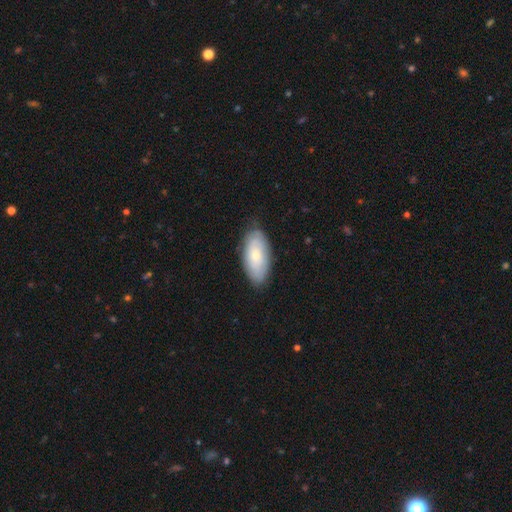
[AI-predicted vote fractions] Smooth or featured?
  - smooth: 63% *
  - featured or disk: 31%
  - star or artifact: 6%
How rounded?
  - in between: 91% *
  - cigar-shaped: 7%
  - round: 3%
Merging?
  - none: 78% *
  - minor disturbance: 17%
  - major disturbance: 3%
  - merger: 1%